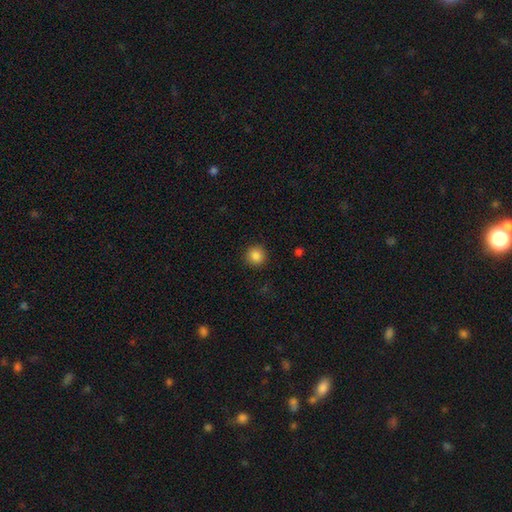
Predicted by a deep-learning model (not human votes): Overall: smooth (86%). How rounded: round (93%). Merging: none (91%).